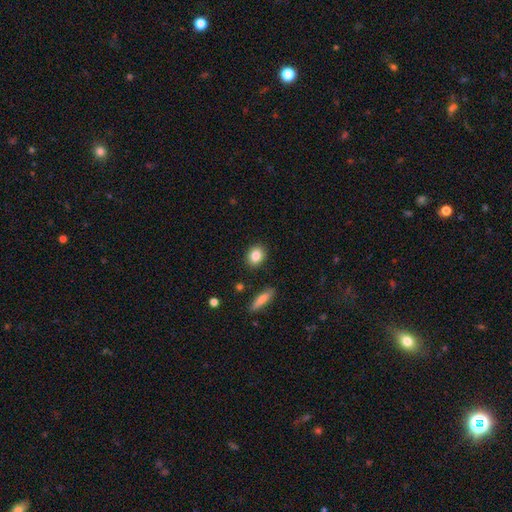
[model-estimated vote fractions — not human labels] smooth-or-featured: smooth: 85% | star or artifact: 8% | featured or disk: 7%
  how-rounded: in between: 52% | round: 46% | cigar-shaped: 2%
  merging: none: 88% | minor disturbance: 8% | major disturbance: 2% | merger: 2%